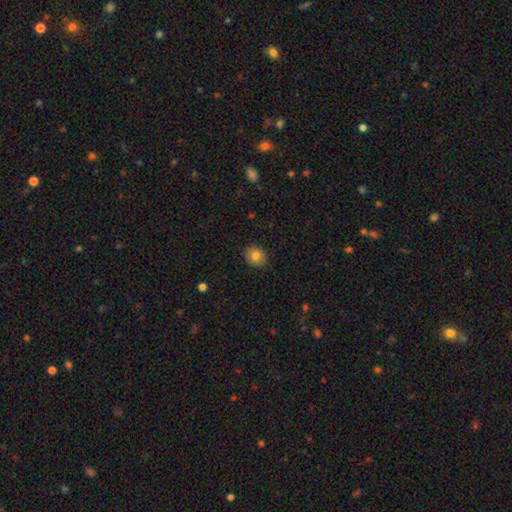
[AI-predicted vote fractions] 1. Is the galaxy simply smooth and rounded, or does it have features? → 82% smooth, 10% star or artifact, 7% featured or disk.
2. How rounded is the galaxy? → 77% round, 22% in between, 1% cigar-shaped.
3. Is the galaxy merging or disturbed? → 88% none, 9% minor disturbance, 2% major disturbance, 1% merger.